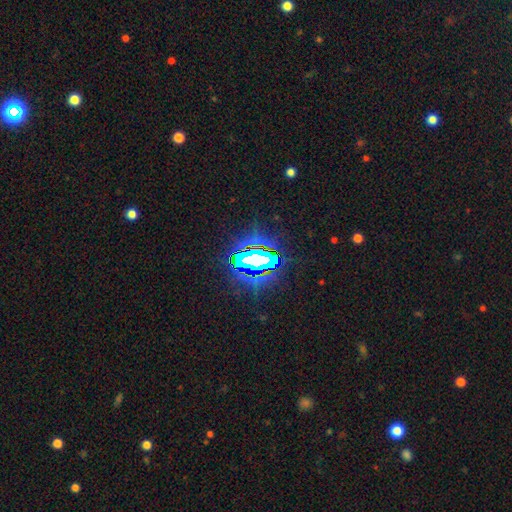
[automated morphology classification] This is likely a star or artifact rather than a galaxy (77%).